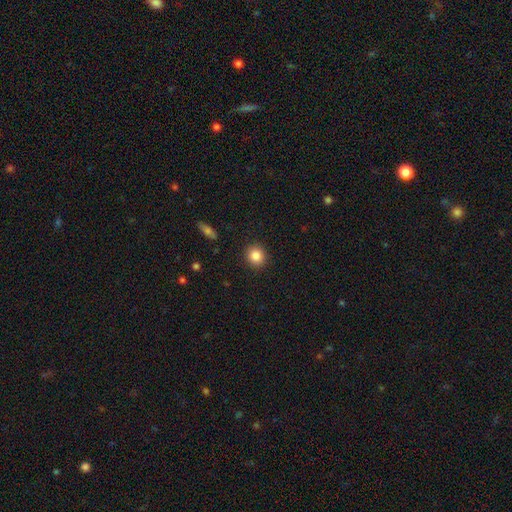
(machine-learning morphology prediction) This is clearly a smooth galaxy (86%). How rounded: clearly round (87%). Merging: clearly none (91%).